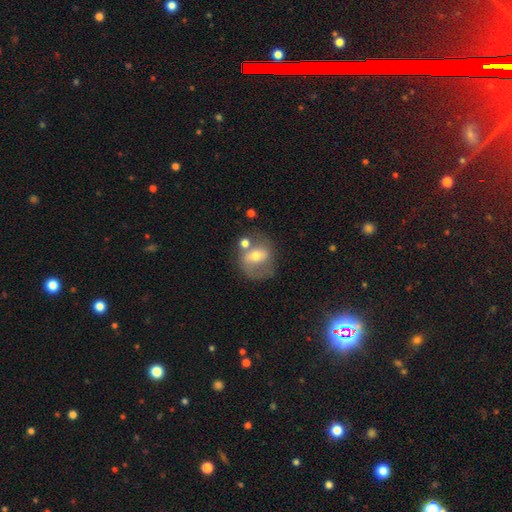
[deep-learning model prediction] smooth-or-featured: featured or disk: 55% | smooth: 36% | star or artifact: 9%
  disk-edge-on: no: 96% | yes: 4%
    bar: weak: 39% | no: 33% | strong: 28%
    has-spiral-arms: yes: 64% | no: 36%
    bulge-size: moderate: 63% | small: 28% | large: 6% | none: 2% | dominant: 1%
  merging: none: 52% | minor disturbance: 19% | merger: 17% | major disturbance: 12%